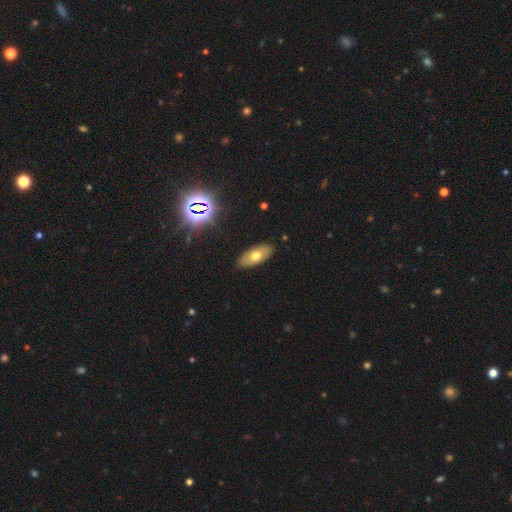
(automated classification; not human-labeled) Overall: smooth (65%). How rounded: in between (87%). Merging: none (87%).